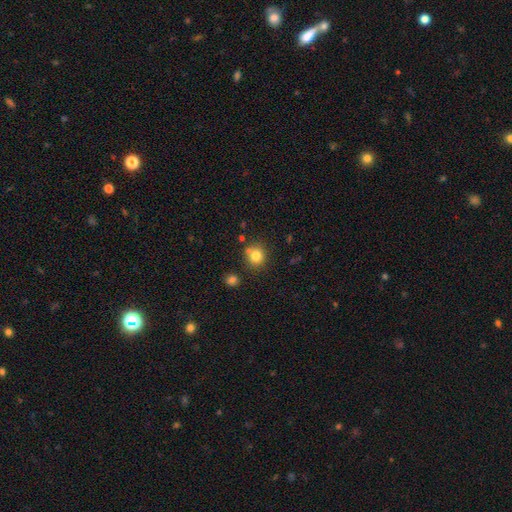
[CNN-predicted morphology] Q: Smooth or featured?
A: smooth (80%); runner-up: star or artifact (12%)
Q: How rounded?
A: round (88%); runner-up: in between (11%)
Q: Merging?
A: none (77%); runner-up: minor disturbance (11%)